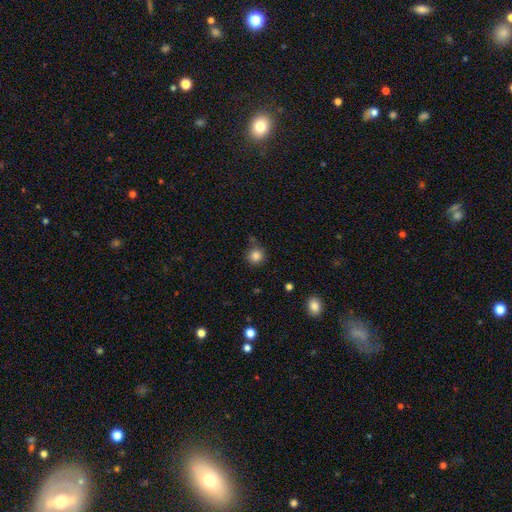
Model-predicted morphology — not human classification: Overall: smooth (85%). How rounded: round (93%). Merging: none (78%).